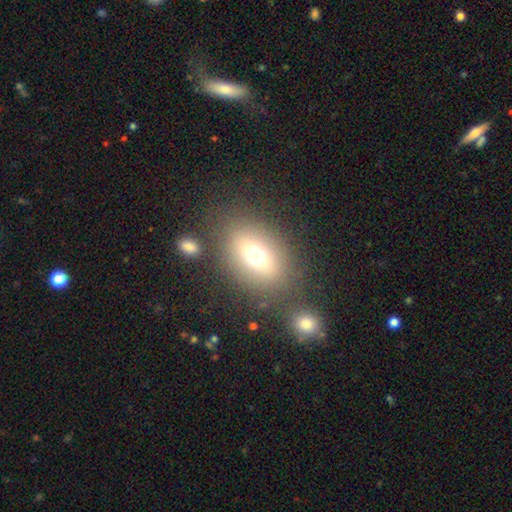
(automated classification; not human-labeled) This appears to be a smooth galaxy with no disk features (68%) that is in between round and cigar-shaped (76%). Merging: none (73%).